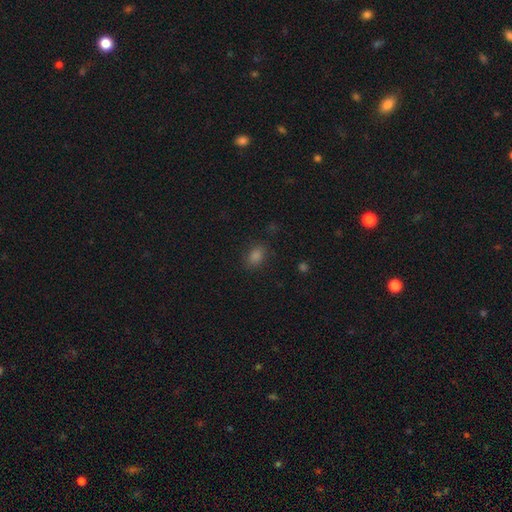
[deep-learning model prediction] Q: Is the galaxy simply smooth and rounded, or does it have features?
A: smooth — 76%.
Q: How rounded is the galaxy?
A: in between — 69%.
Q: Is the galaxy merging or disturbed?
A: none — 84%.